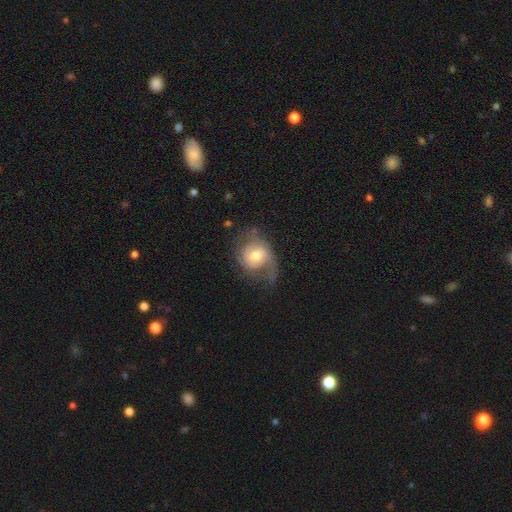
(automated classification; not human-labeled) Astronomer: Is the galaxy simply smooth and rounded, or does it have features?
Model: featured or disk — 68%.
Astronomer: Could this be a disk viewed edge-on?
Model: no — 97%.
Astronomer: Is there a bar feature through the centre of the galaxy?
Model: no — 60%.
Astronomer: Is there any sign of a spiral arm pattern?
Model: yes — 87%.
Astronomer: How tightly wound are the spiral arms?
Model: medium — 40% (runner-up: loose, 34%).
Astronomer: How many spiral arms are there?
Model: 2 — 53%.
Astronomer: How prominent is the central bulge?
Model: moderate — 66%.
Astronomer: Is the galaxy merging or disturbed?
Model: none — 44% (runner-up: major disturbance, 29%).